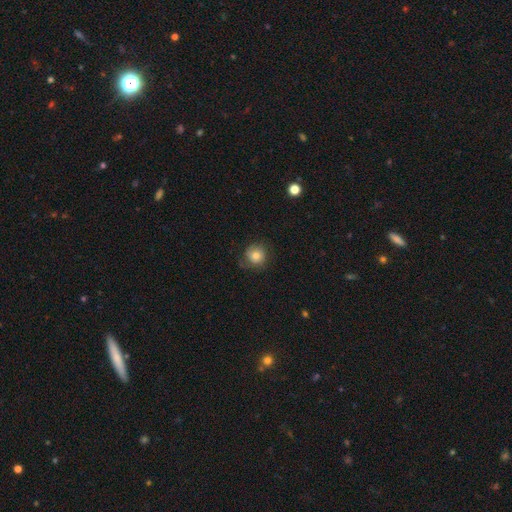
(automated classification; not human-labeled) A smooth galaxy with no disk features (75%) that is round (88%). Merging: none (67%).